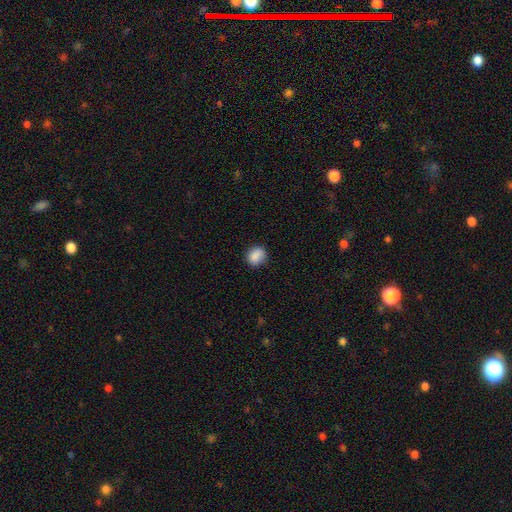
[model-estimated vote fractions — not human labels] Q: Smooth or featured?
A: smooth (88%); runner-up: star or artifact (9%)
Q: How rounded?
A: round (69%); runner-up: in between (29%)
Q: Merging?
A: none (84%); runner-up: minor disturbance (13%)